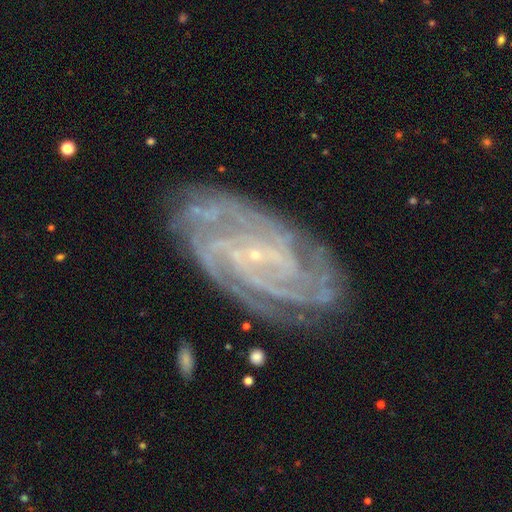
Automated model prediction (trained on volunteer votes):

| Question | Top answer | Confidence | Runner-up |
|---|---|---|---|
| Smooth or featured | featured or disk | 89% | star or artifact (6%) |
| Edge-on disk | no | 96% | yes (4%) |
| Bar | no | 41% | weak (37%) |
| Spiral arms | yes | 98% | no (2%) |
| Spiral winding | tight | 72% | medium (24%) |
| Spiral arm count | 4 | 27% | can't tell (19%) |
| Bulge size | small | 88% | moderate (6%) |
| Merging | none | 80% | minor disturbance (14%) |